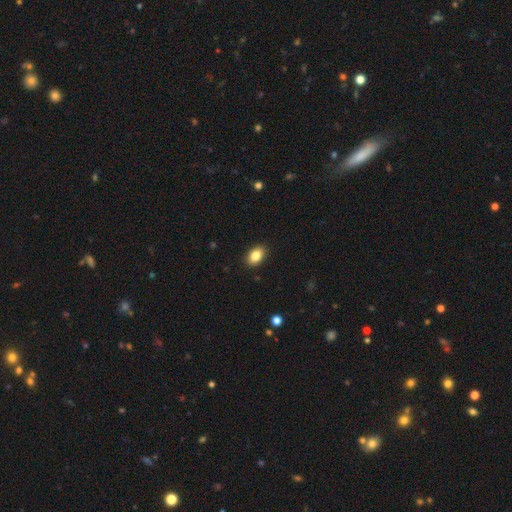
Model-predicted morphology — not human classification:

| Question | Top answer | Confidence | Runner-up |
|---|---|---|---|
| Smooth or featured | smooth | 85% | star or artifact (8%) |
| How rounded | in between | 86% | round (13%) |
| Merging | none | 89% | minor disturbance (8%) |